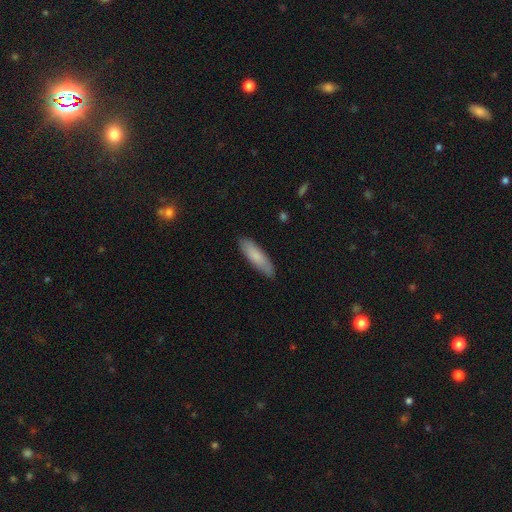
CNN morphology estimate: type=smooth (81%); roundness=cigar-shaped (62%); merging=none (84%).